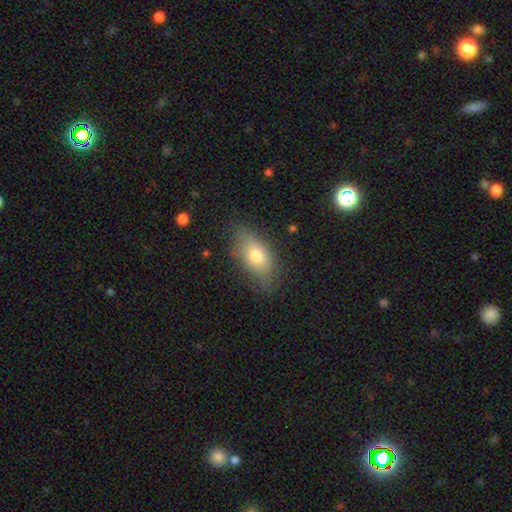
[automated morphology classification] smooth 72%, featured or disk 19%, star or artifact 9%. Down the decision tree: how rounded — in between (84%); merging — none (71%).